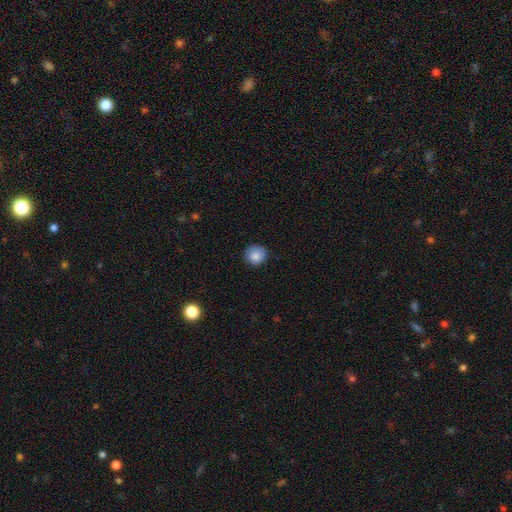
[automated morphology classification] smooth_or_featured: smooth (p=0.85) [alt: star or artifact p=0.09]
how_rounded: round (p=0.91) [alt: in between p=0.08]
merging: none (p=0.84) [alt: minor disturbance p=0.12]